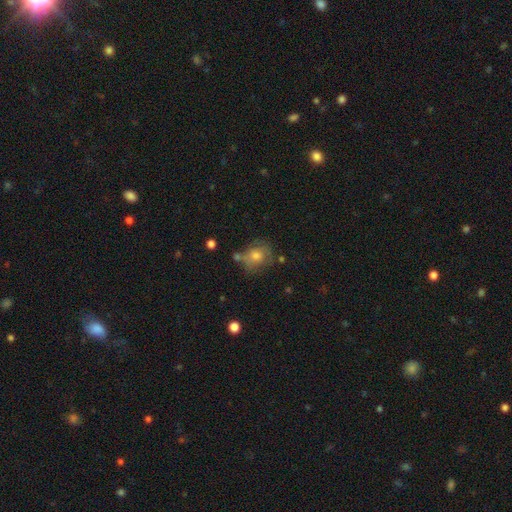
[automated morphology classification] Smooth or featured? Predicted: smooth (p=0.61). How rounded? Predicted: round (p=0.67). Merging? Predicted: none (p=0.62).